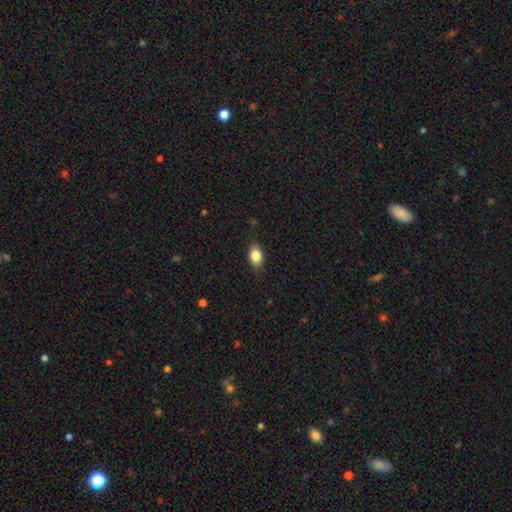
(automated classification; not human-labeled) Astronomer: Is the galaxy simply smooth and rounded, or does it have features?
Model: smooth — 82%.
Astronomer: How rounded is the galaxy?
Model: in between — 78%.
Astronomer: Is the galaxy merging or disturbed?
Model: none — 82%.